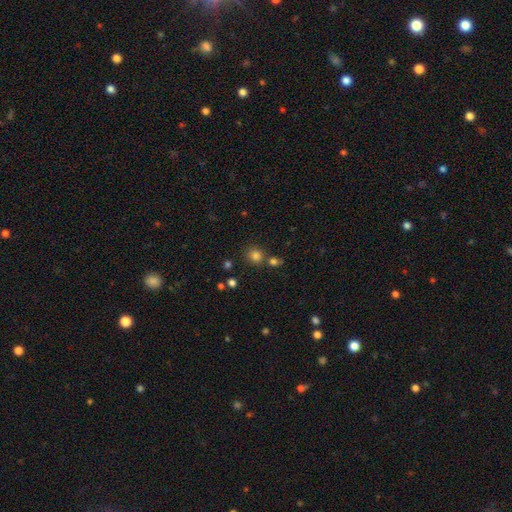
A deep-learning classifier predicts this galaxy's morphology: Smooth or featured? Predicted: smooth (p=0.79). How rounded? Predicted: round (p=0.85). Merging? Predicted: none (p=0.73).